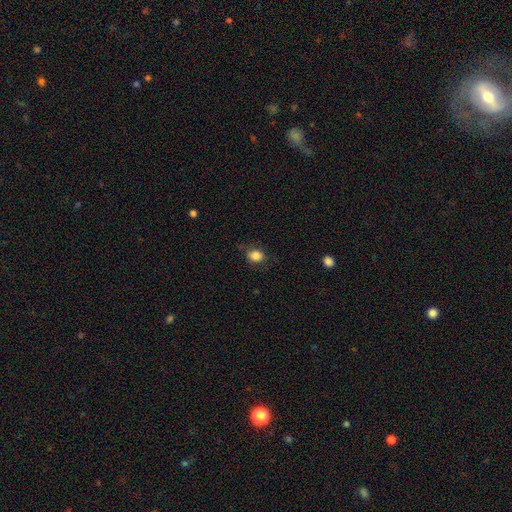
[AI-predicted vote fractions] A smooth galaxy with no disk features (84%) that is round (50%).

Vote fractions:
- Smooth or featured? smooth: 84% / star or artifact: 10% / featured or disk: 6%
- How rounded? round: 50% / in between: 49% / cigar-shaped: 1%
- Merging? none: 76% / minor disturbance: 17% / major disturbance: 5% / merger: 1%